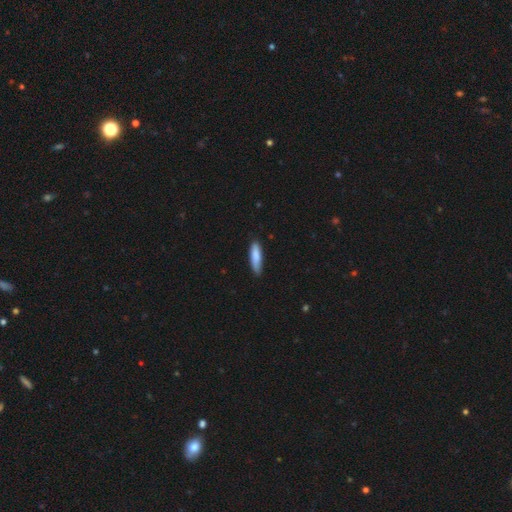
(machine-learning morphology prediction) This appears to be a smooth galaxy with no disk features (85%) that is cigar-shaped (68%). Merging: none (76%).